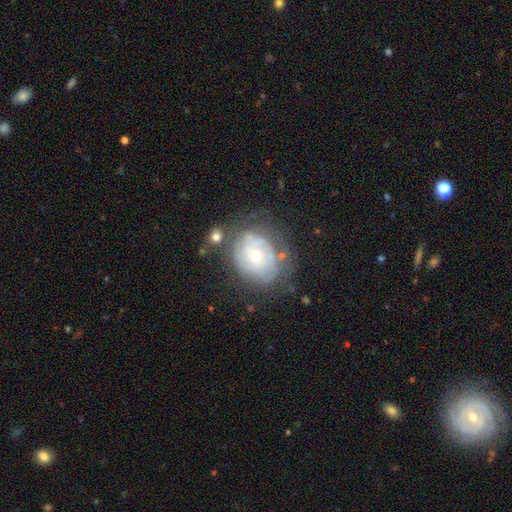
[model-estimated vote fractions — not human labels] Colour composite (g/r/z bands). It shows a featured or disk galaxy (69%) with no bar (82%), spiral arms (72%) and a moderate central bulge (53%). Merging: none (62%).